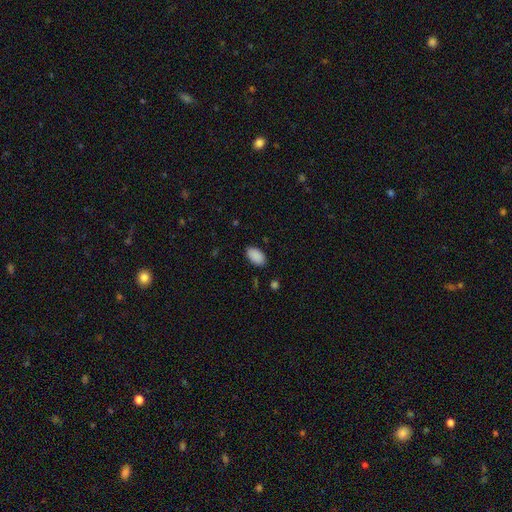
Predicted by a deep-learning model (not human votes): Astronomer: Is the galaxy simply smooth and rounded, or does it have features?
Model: smooth — 90%.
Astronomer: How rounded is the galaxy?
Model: in between — 94%.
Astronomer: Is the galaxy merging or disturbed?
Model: none — 87%.